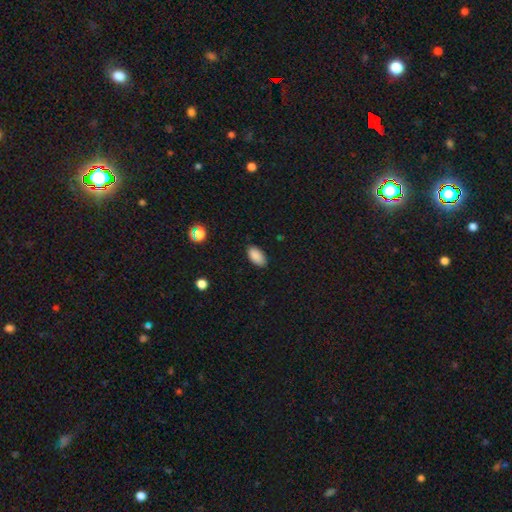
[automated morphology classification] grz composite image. It shows a smooth galaxy with no disk features (88%) that is in between round and cigar-shaped (94%). Merging: none (86%).